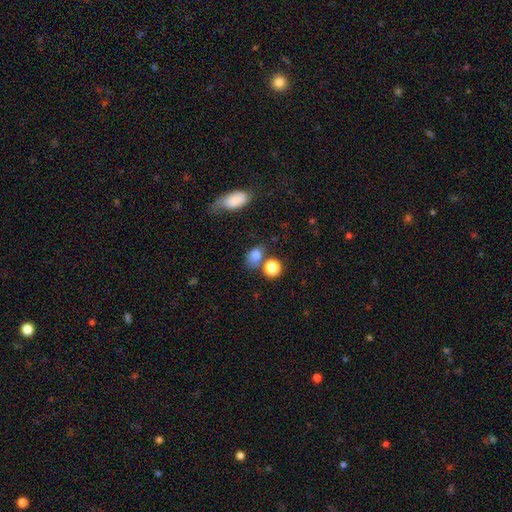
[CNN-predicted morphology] smooth_or_featured: smooth (p=0.80) [alt: star or artifact p=0.14]
how_rounded: in between (p=0.55) [alt: round p=0.43]
merging: none (p=0.58) [alt: merger p=0.18]